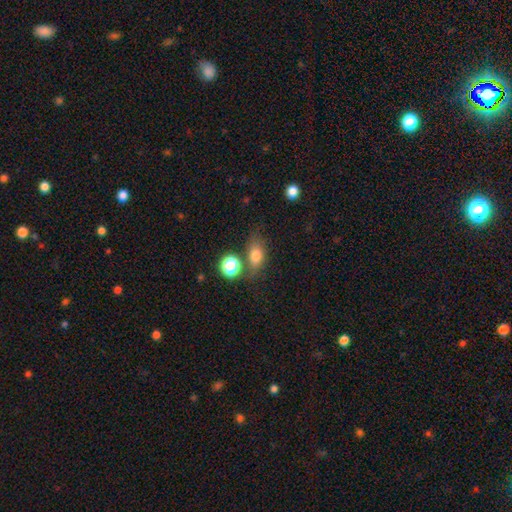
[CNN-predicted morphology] Overall: smooth (76%). How rounded: in between (72%). Merging: none (63%).